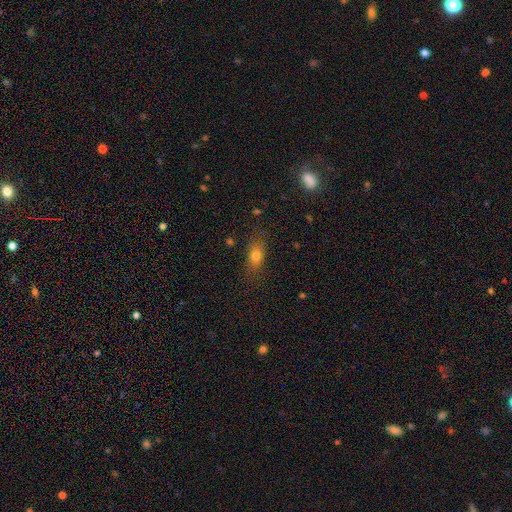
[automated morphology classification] Smooth or featured? smooth (74%)
How rounded? in between (71%)
Merging? none (78%)